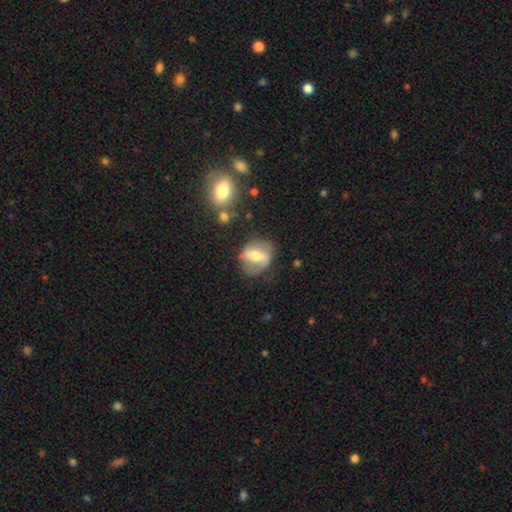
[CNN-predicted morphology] This is possibly a featured or disk galaxy (57%). It is clearly not viewed edge-on (92%). Bar: possibly strong (48%). Spiral arm pattern: likely yes (62%). Central bulge: likely moderate (62%). Merging: likely none (65%).